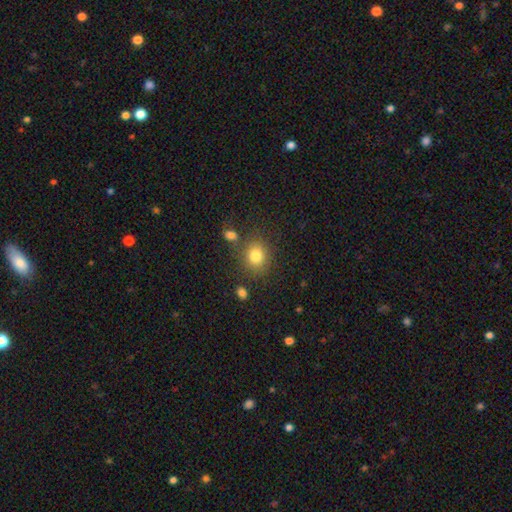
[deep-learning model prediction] This appears to be a smooth galaxy with no disk features (81%) that is round (75%). Merging: none (77%).